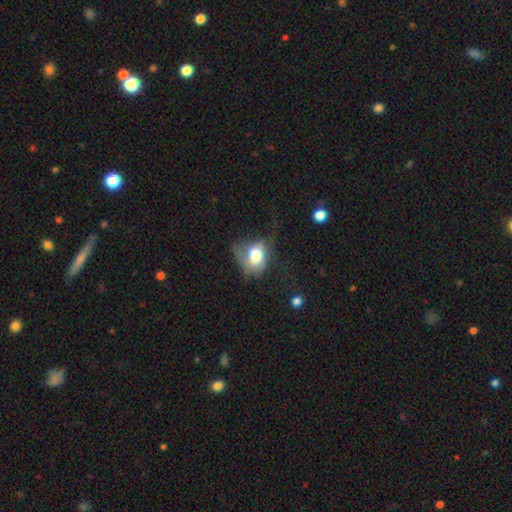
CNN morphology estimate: Q: Smooth or featured?
A: smooth (61%); runner-up: featured or disk (30%)
Q: How rounded?
A: in between (64%); runner-up: round (35%)
Q: Merging?
A: major disturbance (48%); runner-up: minor disturbance (26%)